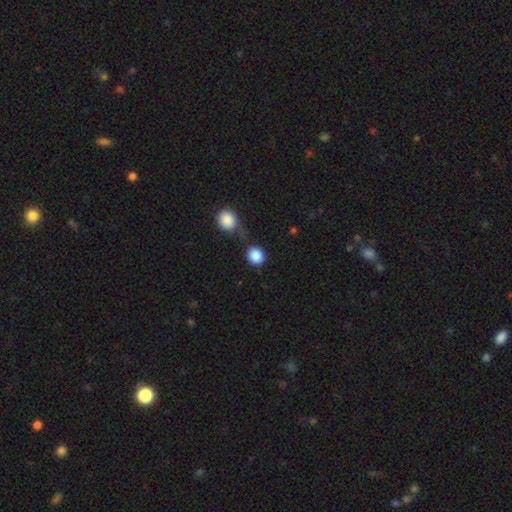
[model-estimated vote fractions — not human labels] This is clearly a smooth galaxy (87%). How rounded: likely round (79%). Merging: possibly none (59%).